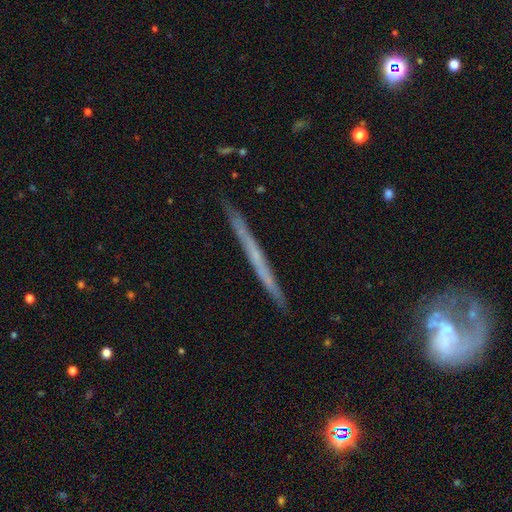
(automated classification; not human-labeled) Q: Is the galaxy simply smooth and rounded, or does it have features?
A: featured or disk — 58%.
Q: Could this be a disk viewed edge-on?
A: yes — 97%.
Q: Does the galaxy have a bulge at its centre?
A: none — 88%.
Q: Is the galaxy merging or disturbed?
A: none — 90%.